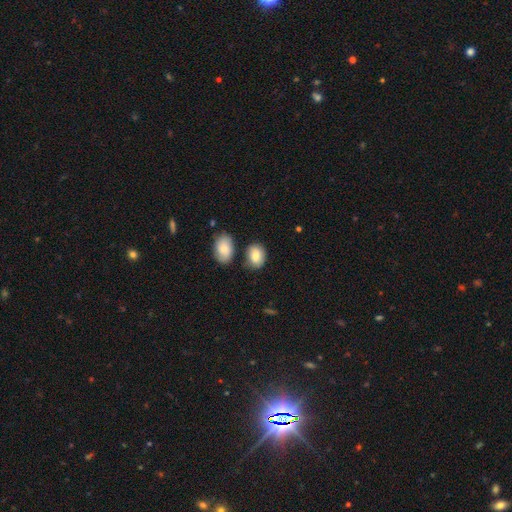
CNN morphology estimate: A smooth galaxy with no disk features (80%) that is in between round and cigar-shaped (69%). Merging: none (66%).